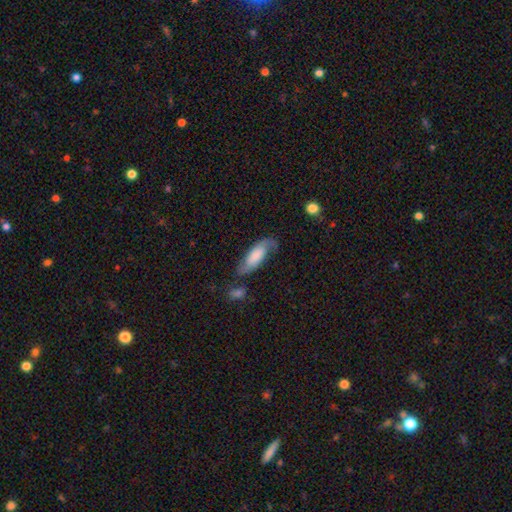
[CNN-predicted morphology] smooth 47%, featured or disk 46%, star or artifact 7%. Down the decision tree: merging — none (59%).